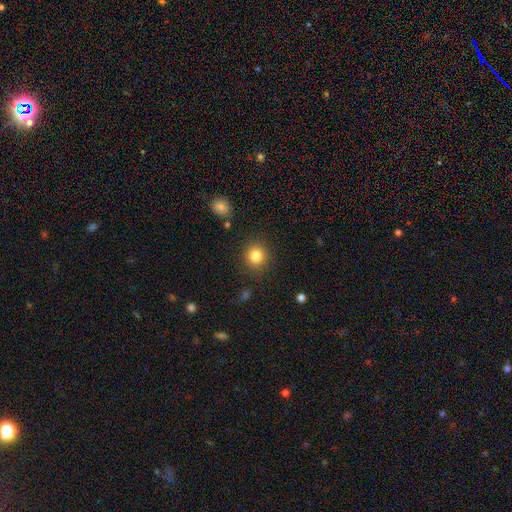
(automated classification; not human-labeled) Q: Smooth or featured?
A: smooth (84%); runner-up: star or artifact (11%)
Q: How rounded?
A: round (89%); runner-up: in between (10%)
Q: Merging?
A: none (87%); runner-up: minor disturbance (8%)